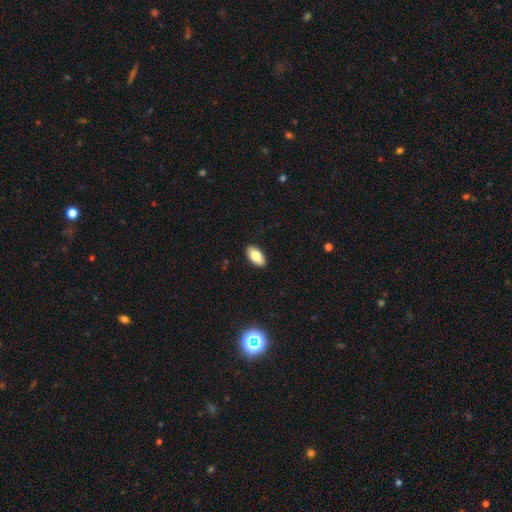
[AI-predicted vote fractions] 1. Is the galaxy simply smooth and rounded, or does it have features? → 81% smooth, 12% featured or disk, 7% star or artifact.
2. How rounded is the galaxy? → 93% in between, 4% cigar-shaped, 3% round.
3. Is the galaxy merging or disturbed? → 90% none, 7% minor disturbance, 2% major disturbance, 1% merger.